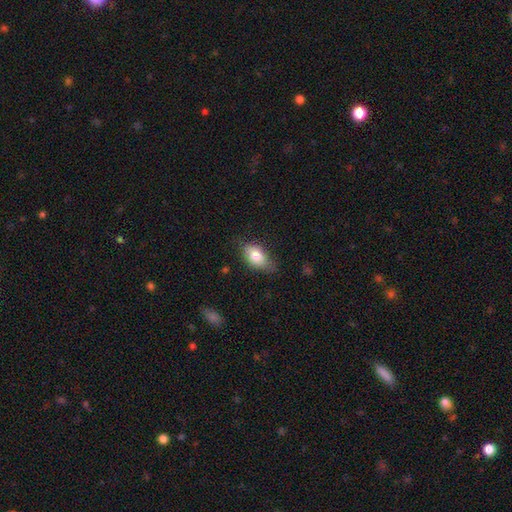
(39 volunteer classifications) smooth 87%, featured or disk 8%, star or artifact 5%. Down the decision tree: how rounded — in between (85%); merging — none (46%).